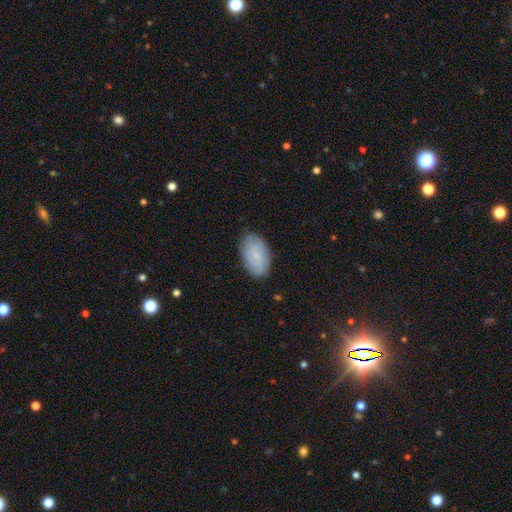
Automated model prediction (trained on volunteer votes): smooth_or_featured: smooth (p=0.70) [alt: featured or disk p=0.23]
how_rounded: in between (p=0.93) [alt: round p=0.05]
merging: none (p=0.83) [alt: minor disturbance p=0.13]